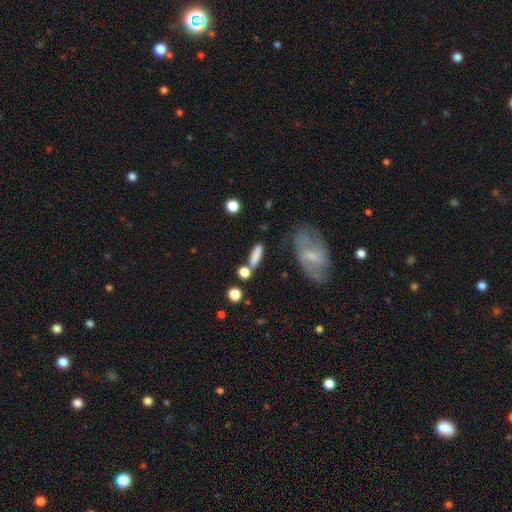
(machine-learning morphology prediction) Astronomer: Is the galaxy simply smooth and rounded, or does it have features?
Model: smooth — 78%.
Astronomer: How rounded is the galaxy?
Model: cigar-shaped — 59% (runner-up: in between, 35%).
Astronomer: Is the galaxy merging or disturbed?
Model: none — 65%.